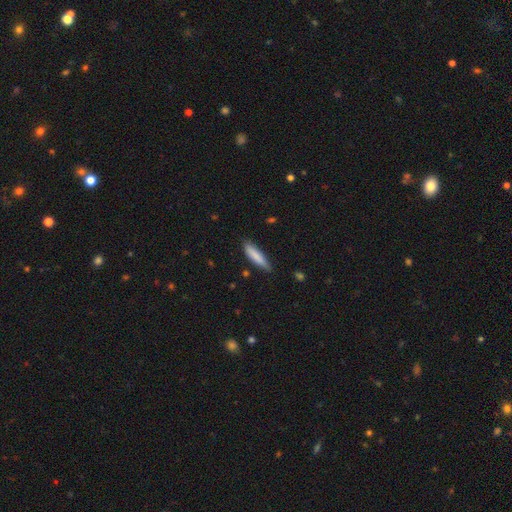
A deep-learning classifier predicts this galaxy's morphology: Q: Smooth or featured?
A: smooth (84%); runner-up: featured or disk (10%)
Q: How rounded?
A: cigar-shaped (76%); runner-up: in between (22%)
Q: Merging?
A: none (80%); runner-up: minor disturbance (16%)